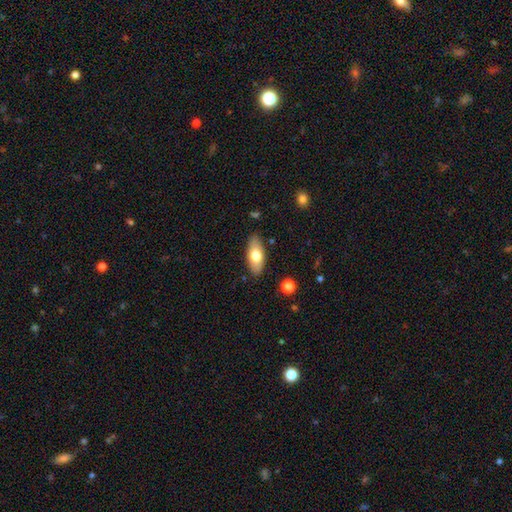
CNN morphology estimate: A smooth galaxy with no disk features (70%) that is in between round and cigar-shaped (85%).

Vote fractions:
- Smooth or featured? smooth: 70% / featured or disk: 24% / star or artifact: 6%
- How rounded? in between: 85% / cigar-shaped: 12% / round: 3%
- Merging? none: 86% / minor disturbance: 10% / major disturbance: 2% / merger: 1%